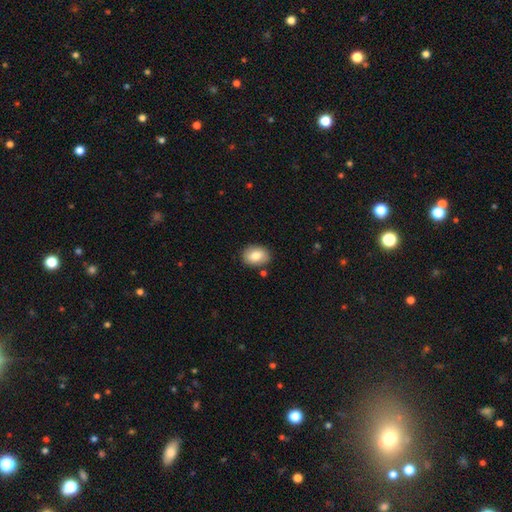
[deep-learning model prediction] smooth_or_featured: smooth (p=0.82) [alt: featured or disk p=0.10]
how_rounded: in between (p=0.72) [alt: round p=0.27]
merging: none (p=0.84) [alt: minor disturbance p=0.11]